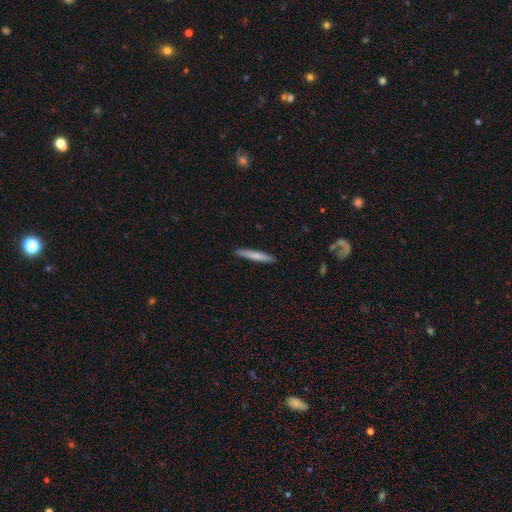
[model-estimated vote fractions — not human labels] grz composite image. It shows a smooth galaxy with no disk features (74%) that is cigar-shaped (95%). Merging: none (91%).